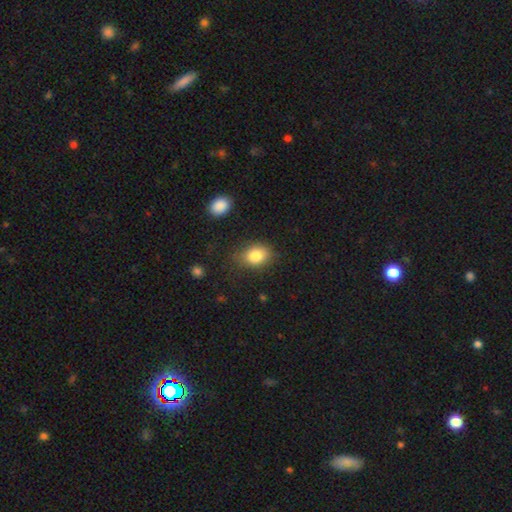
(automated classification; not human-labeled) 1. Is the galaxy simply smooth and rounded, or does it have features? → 83% smooth, 9% star or artifact, 8% featured or disk.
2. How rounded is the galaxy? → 65% in between, 34% round, 1% cigar-shaped.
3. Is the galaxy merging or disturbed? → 76% none, 17% minor disturbance, 5% major disturbance, 2% merger.